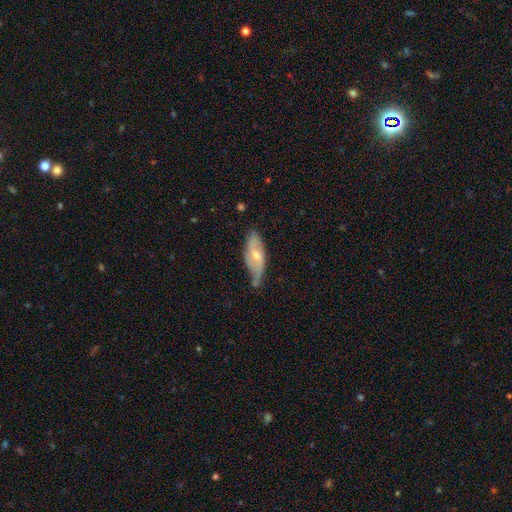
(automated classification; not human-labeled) This is possibly a featured or disk galaxy (59%). It is likely not viewed edge-on (80%). Merging: possibly none (47%).